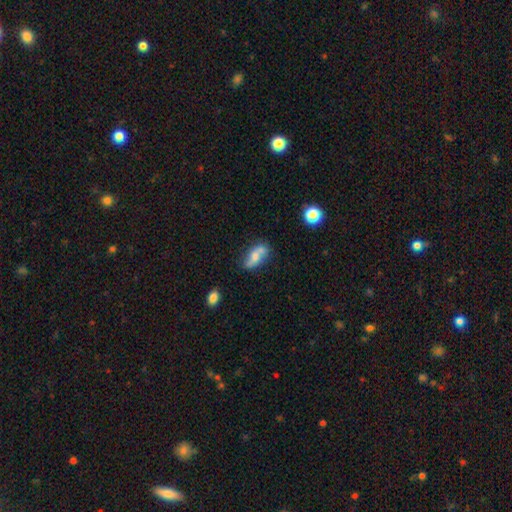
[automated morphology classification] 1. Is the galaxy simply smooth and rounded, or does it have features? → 48% featured or disk, 43% smooth, 9% star or artifact.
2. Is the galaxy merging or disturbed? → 49% none, 22% merger, 21% minor disturbance, 8% major disturbance.